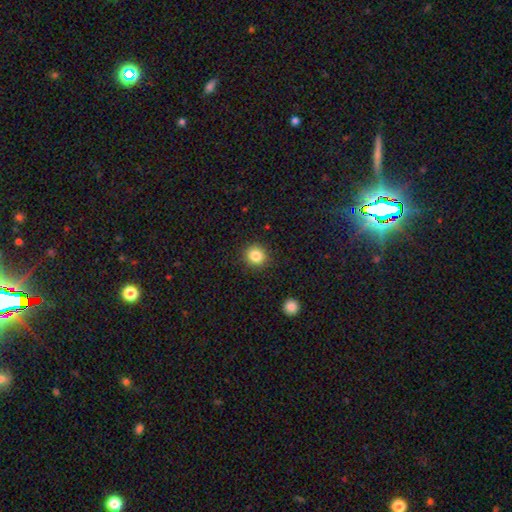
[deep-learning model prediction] This is clearly a smooth galaxy (84%). How rounded: clearly round (87%). Merging: clearly none (90%).